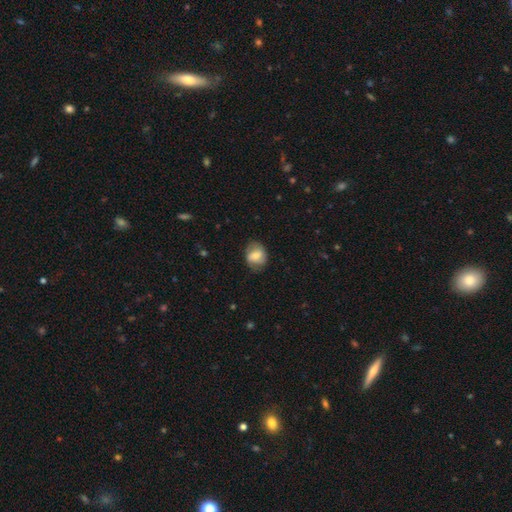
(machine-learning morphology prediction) Q: Smooth or featured?
A: smooth (61%); runner-up: featured or disk (31%)
Q: How rounded?
A: in between (51%); runner-up: round (47%)
Q: Merging?
A: none (71%); runner-up: minor disturbance (20%)